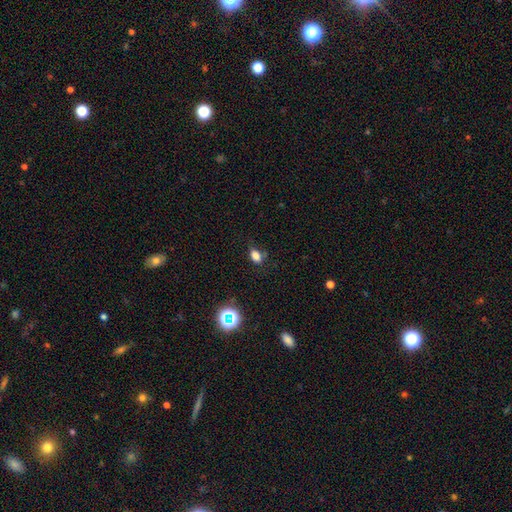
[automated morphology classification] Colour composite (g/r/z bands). It shows a smooth galaxy with no disk features (77%) that is in between round and cigar-shaped (82%). Merging: none (71%).